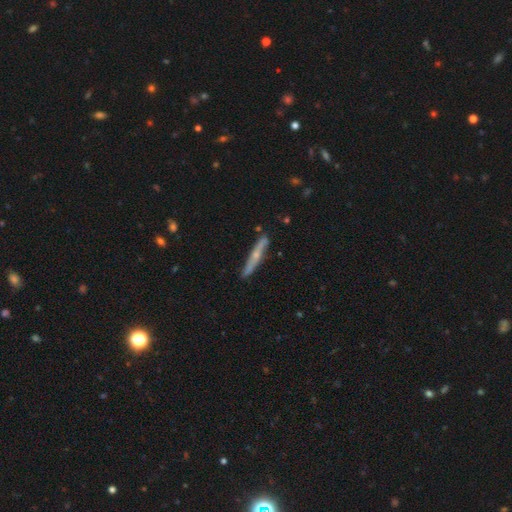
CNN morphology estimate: Q: Smooth or featured?
A: featured or disk (57%); runner-up: smooth (38%)
Q: Edge-on disk?
A: yes (90%); runner-up: no (10%)
Q: Edge-on bulge?
A: rounded (67%); runner-up: none (29%)
Q: Merging?
A: none (83%); runner-up: minor disturbance (13%)